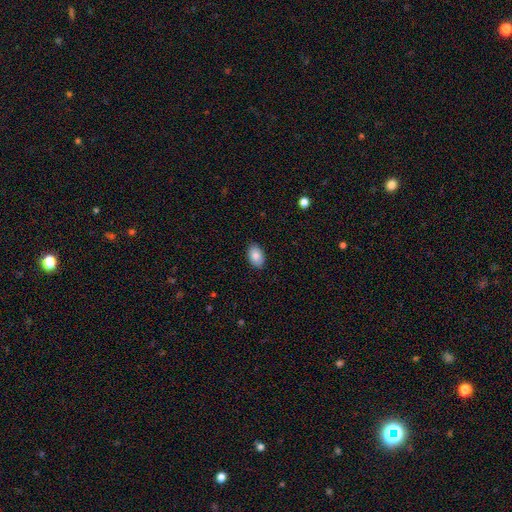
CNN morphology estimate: The model was most divided on "merging": none: 88%, minor disturbance: 10%, major disturbance: 2%, merger: 1%. More confident: how rounded — in between (91%); smooth or featured — smooth (86%).